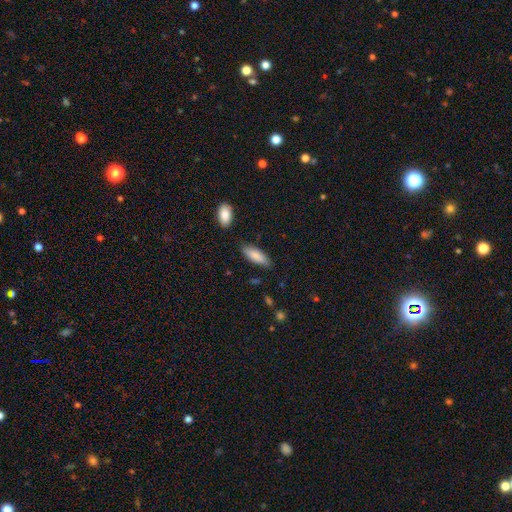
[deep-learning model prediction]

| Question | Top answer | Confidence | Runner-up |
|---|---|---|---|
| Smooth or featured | smooth | 86% | featured or disk (8%) |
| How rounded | in between | 63% | cigar-shaped (35%) |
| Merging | none | 82% | minor disturbance (13%) |